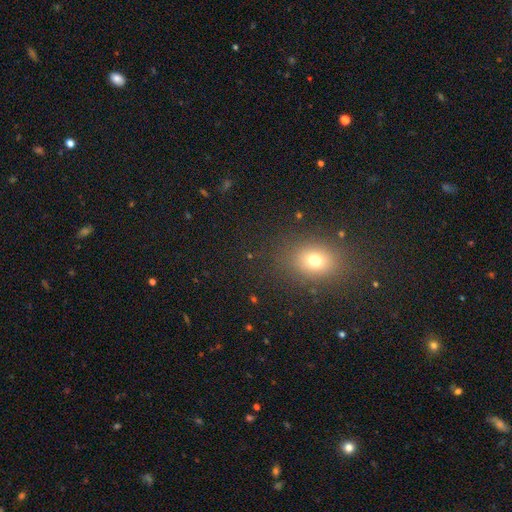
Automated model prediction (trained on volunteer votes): Smooth or featured: smooth — 65% (star or artifact — 27%)
How rounded: in between — 57% (round — 41%)
Merging: none — 90% (minor disturbance — 6%)